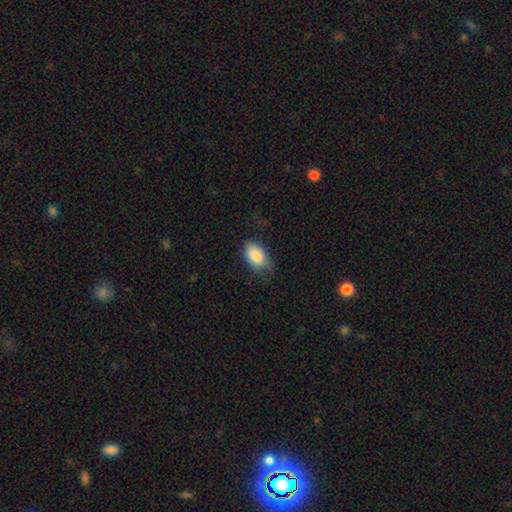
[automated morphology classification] The model was most divided on "merging": none: 60%, minor disturbance: 29%, major disturbance: 9%, merger: 1%. More confident: how rounded — in between (91%); smooth or featured — smooth (87%).